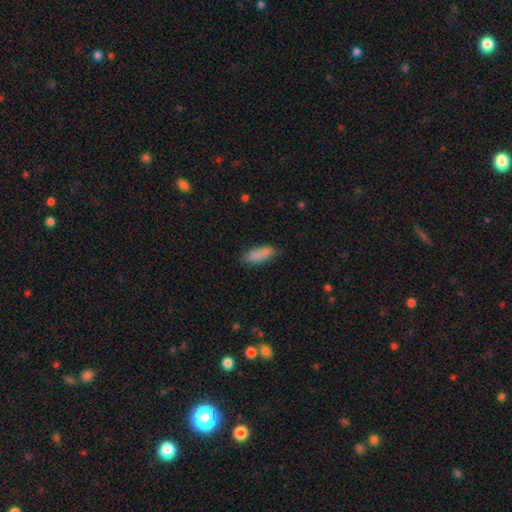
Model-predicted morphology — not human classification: type=smooth (87%); roundness=in between (66%); merging=none (76%).